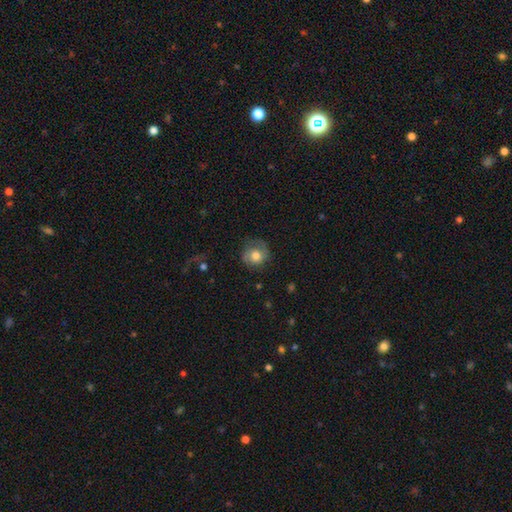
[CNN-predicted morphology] This is likely a smooth galaxy (67%). How rounded: clearly round (83%). Merging: likely none (67%).